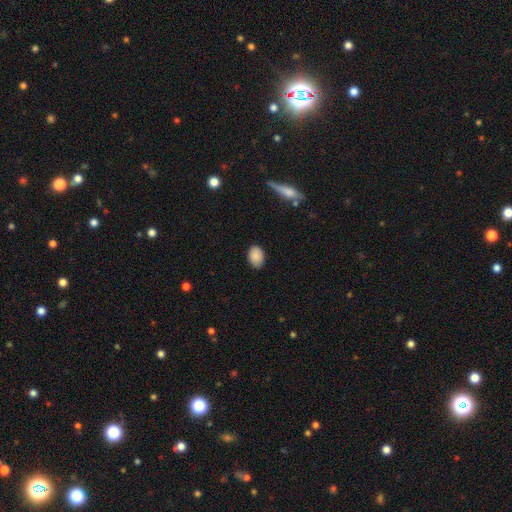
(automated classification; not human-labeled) This appears to be a smooth galaxy with no disk features (87%) that is in between round and cigar-shaped (80%). Merging: none (84%).